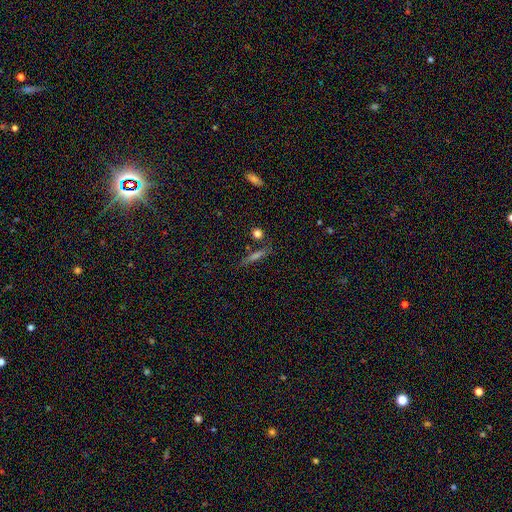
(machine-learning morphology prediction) smooth 48%, featured or disk 31%, star or artifact 20%. Down the decision tree: merging — none (79%).